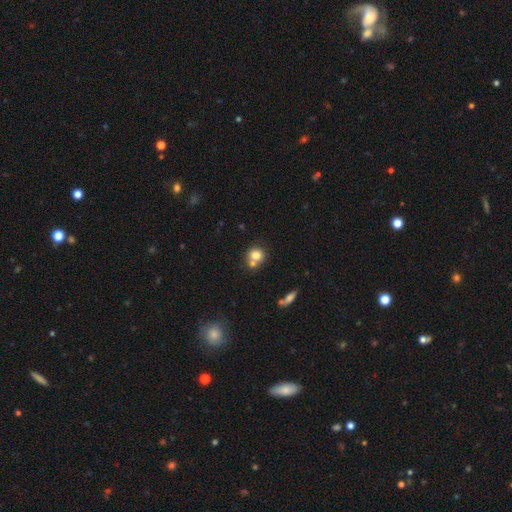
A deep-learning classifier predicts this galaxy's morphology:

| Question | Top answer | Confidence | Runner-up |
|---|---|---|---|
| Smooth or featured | smooth | 77% | featured or disk (13%) |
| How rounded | round | 81% | in between (18%) |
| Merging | none | 46% | merger (42%) |